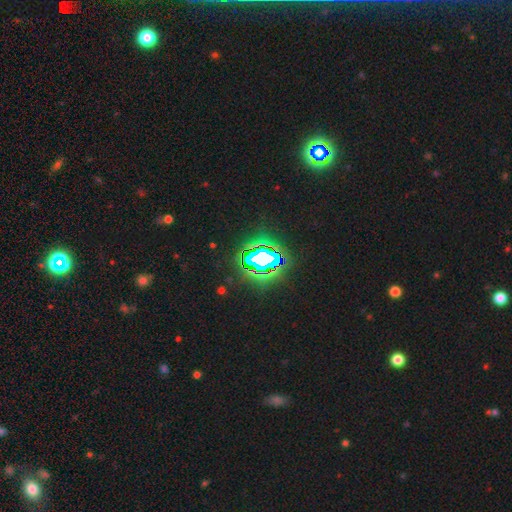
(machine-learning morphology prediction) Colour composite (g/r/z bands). It shows a star or artifact, not a galaxy (80%).